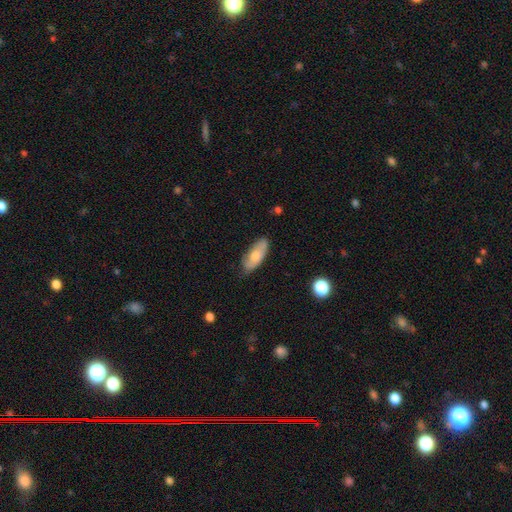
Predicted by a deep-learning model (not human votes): smooth-or-featured: smooth: 70% | featured or disk: 23% | star or artifact: 6%
  how-rounded: in between: 82% | cigar-shaped: 16% | round: 2%
  merging: none: 70% | minor disturbance: 24% | major disturbance: 4% | merger: 2%